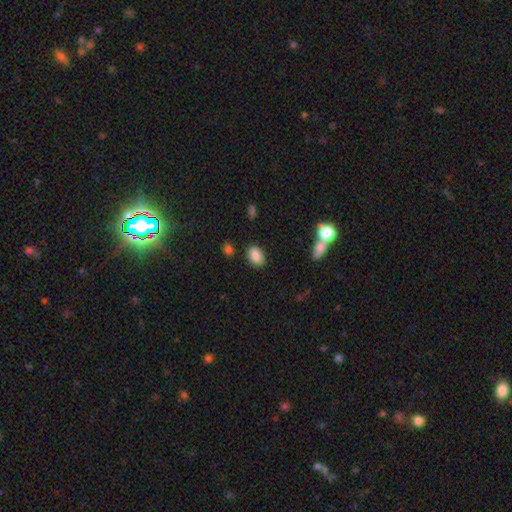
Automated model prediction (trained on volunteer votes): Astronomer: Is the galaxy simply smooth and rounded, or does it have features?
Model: smooth — 86%.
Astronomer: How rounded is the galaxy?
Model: in between — 85%.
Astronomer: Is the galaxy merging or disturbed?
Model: none — 83%.